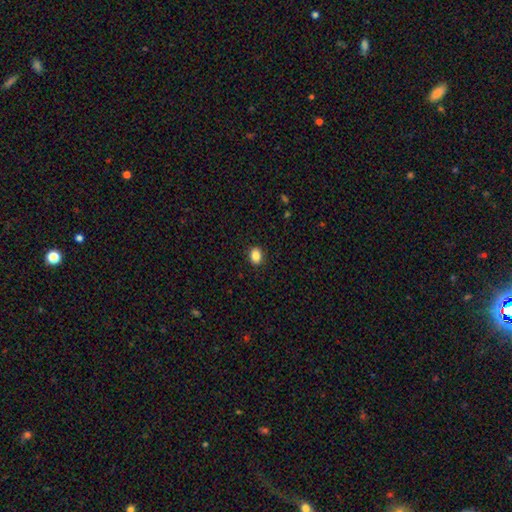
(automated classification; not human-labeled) smooth 86%, star or artifact 9%, featured or disk 4%. Down the decision tree: how rounded — in between (61%); merging — none (91%).